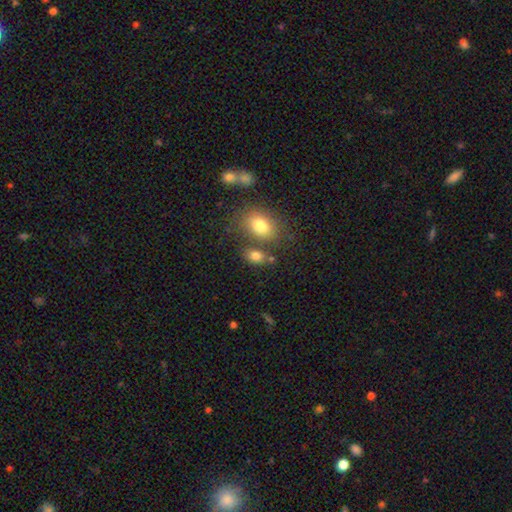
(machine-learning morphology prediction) The model was most divided on "merging": none: 63%, merger: 20%, minor disturbance: 12%, major disturbance: 5%. More confident: smooth or featured — smooth (79%); how rounded — in between (74%).